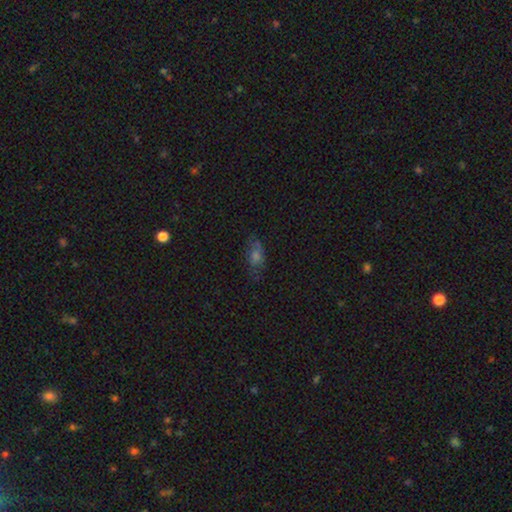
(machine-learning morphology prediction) Smooth or featured?
  - smooth: 52% *
  - star or artifact: 24%
  - featured or disk: 24%
How rounded?
  - in between: 70% *
  - cigar-shaped: 17%
  - round: 13%
Merging?
  - none: 70% *
  - minor disturbance: 20%
  - major disturbance: 8%
  - merger: 3%